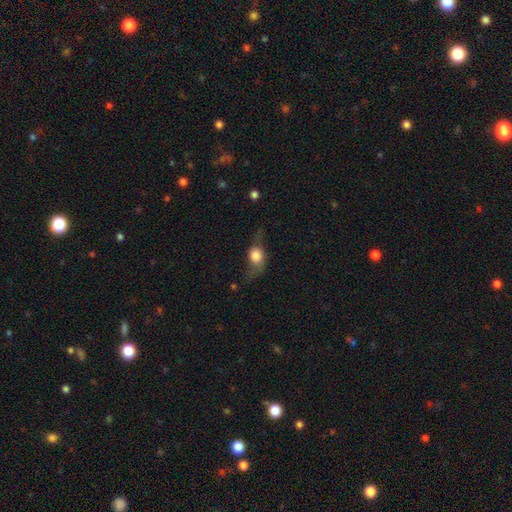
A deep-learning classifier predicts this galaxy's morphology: Overall: smooth (59%; featured or disk 33%). How rounded: in between (49%; round 45%). Merging: none (45%; minor disturbance 27%).